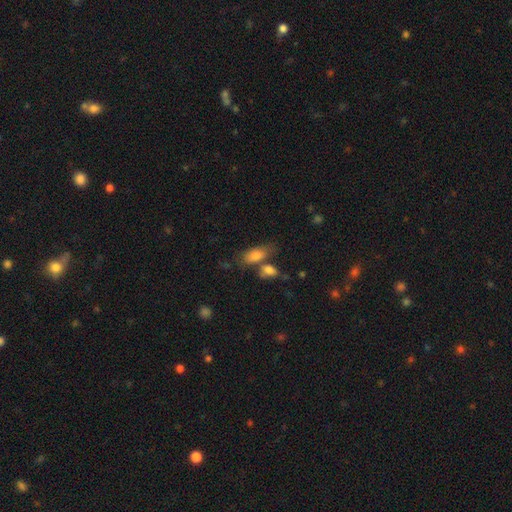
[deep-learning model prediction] smooth_or_featured: smooth (p=0.78) [alt: featured or disk p=0.15]
how_rounded: in between (p=0.84) [alt: cigar-shaped p=0.11]
merging: none (p=0.47) [alt: merger p=0.33]